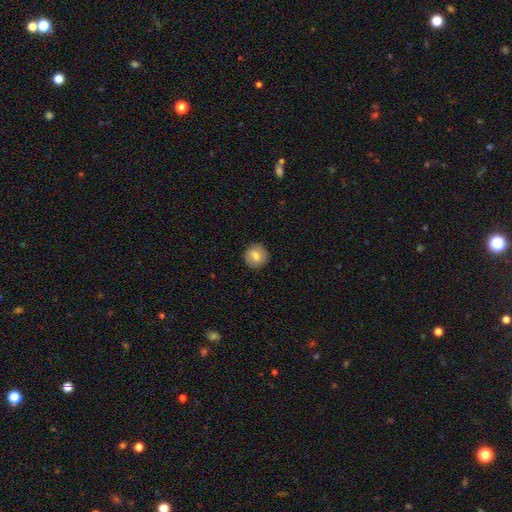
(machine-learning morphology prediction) This appears to be a smooth galaxy with no disk features (78%) that is round (93%). Merging: none (90%).